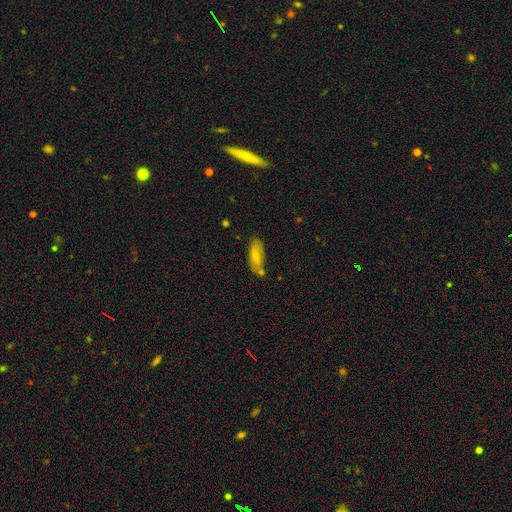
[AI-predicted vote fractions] Smooth or featured?
  - smooth: 74% *
  - featured or disk: 19%
  - star or artifact: 7%
How rounded?
  - in between: 74% *
  - cigar-shaped: 24%
  - round: 2%
Merging?
  - none: 66% *
  - minor disturbance: 20%
  - merger: 10%
  - major disturbance: 5%